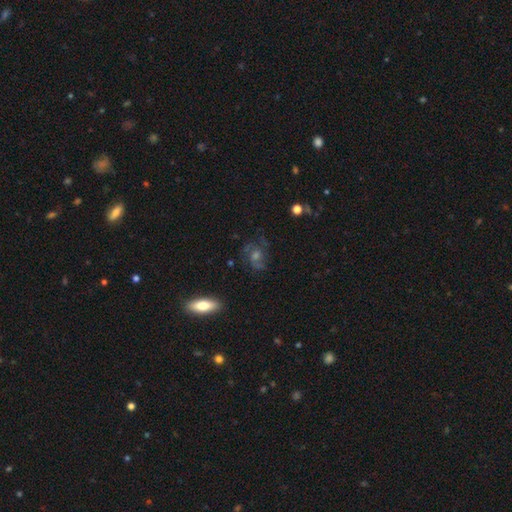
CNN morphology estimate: featured or disk 65%, smooth 18%, star or artifact 16%. Down the decision tree: edge-on disk — no (94%); bar — no (67%); spiral arms — yes (87%); spiral arm count — 2 (54%); spiral winding — medium (50%); bulge size — moderate (47%); merging — none (73%).